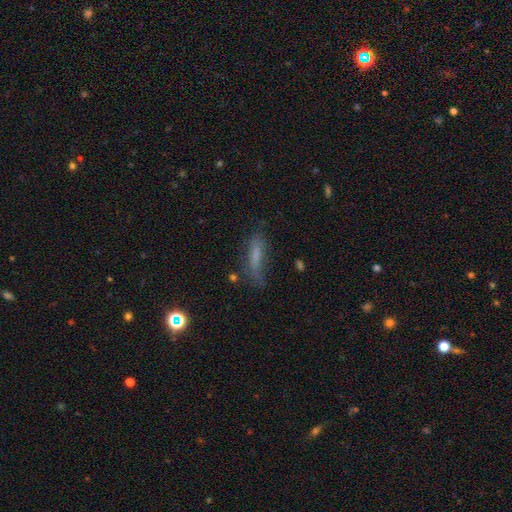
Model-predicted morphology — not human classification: This appears to be a smooth galaxy with no disk features (62%) that is cigar-shaped (64%). Merging: none (58%).